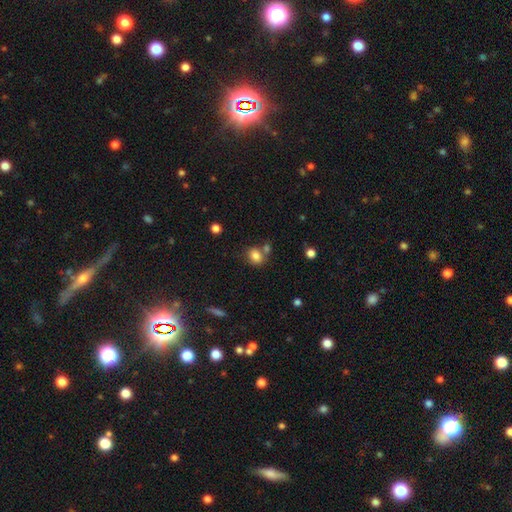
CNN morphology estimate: Q: Smooth or featured?
A: smooth (81%); runner-up: star or artifact (11%)
Q: How rounded?
A: in between (55%); runner-up: round (44%)
Q: Merging?
A: none (58%); runner-up: merger (24%)